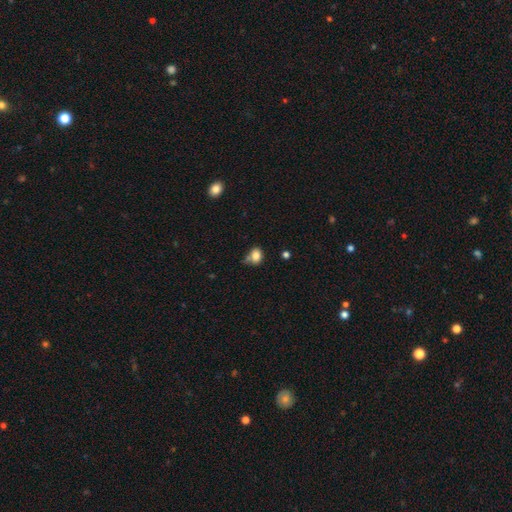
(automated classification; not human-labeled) Morphology: type=smooth (81%); roundness=round (52%); merging=none (50%).